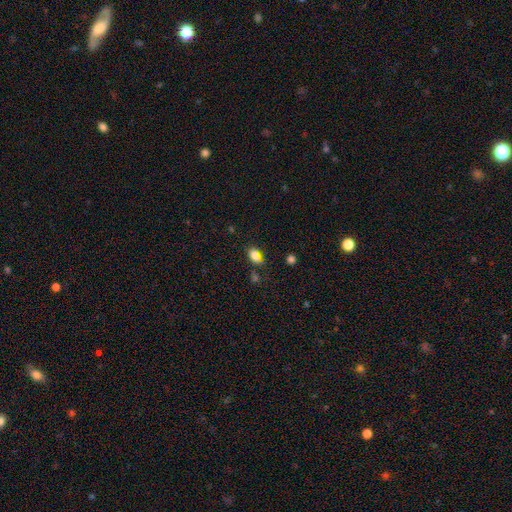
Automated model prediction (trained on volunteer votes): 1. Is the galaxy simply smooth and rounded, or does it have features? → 79% smooth, 14% star or artifact, 7% featured or disk.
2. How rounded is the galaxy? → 82% in between, 15% round, 3% cigar-shaped.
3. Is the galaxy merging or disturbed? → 71% none, 16% minor disturbance, 9% merger, 5% major disturbance.